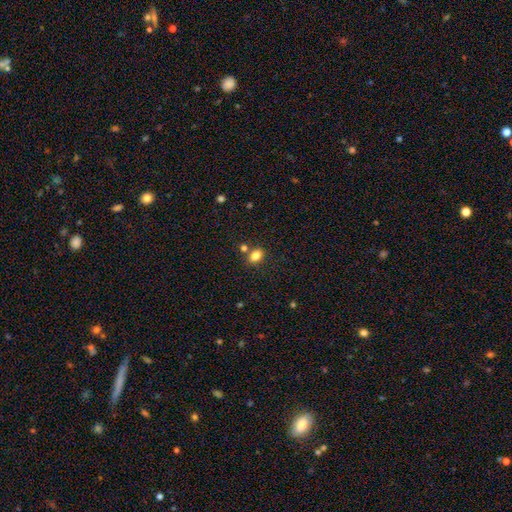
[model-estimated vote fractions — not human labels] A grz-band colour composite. It shows a smooth galaxy with no disk features (82%) that is in between round and cigar-shaped (72%). Merging: none (69%).